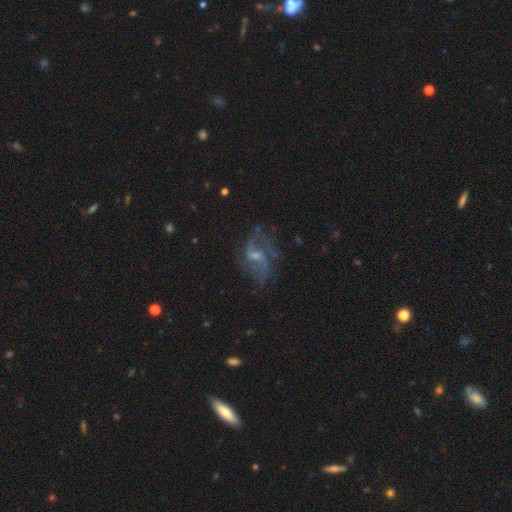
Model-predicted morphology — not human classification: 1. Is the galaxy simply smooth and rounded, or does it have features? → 77% featured or disk, 12% smooth, 11% star or artifact.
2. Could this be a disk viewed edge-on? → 97% no, 3% yes.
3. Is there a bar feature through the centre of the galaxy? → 54% weak, 35% no, 12% strong.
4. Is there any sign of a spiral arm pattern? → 88% yes, 12% no.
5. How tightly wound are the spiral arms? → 61% loose, 31% medium, 8% tight.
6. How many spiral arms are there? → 64% 2, 15% can't tell, 8% 3, 6% 1, 3% 4, 3% more than 4.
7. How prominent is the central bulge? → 48% small, 35% moderate, 13% none, 3% large, 1% dominant.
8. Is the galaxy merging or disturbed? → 59% none, 20% major disturbance, 18% minor disturbance, 3% merger.